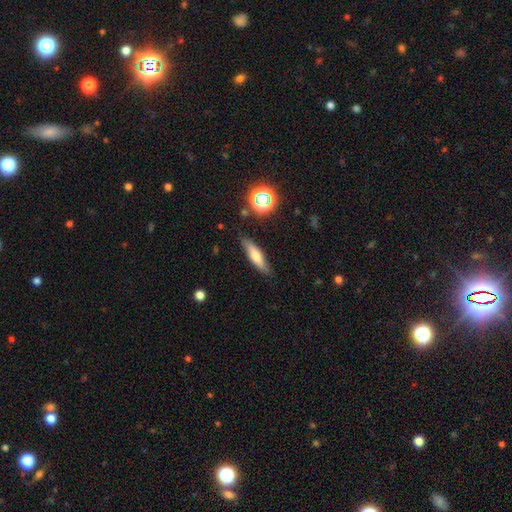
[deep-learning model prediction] Smooth or featured? smooth (60%)
How rounded? cigar-shaped (69%)
Merging? none (83%)